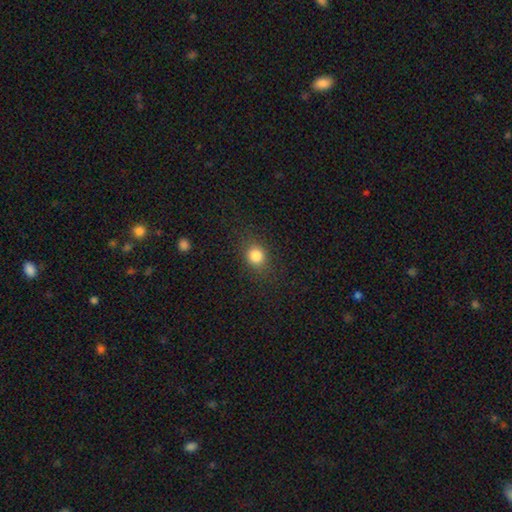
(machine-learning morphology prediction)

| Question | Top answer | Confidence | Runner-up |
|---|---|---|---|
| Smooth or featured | smooth | 83% | star or artifact (12%) |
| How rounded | round | 72% | in between (26%) |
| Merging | none | 83% | minor disturbance (11%) |